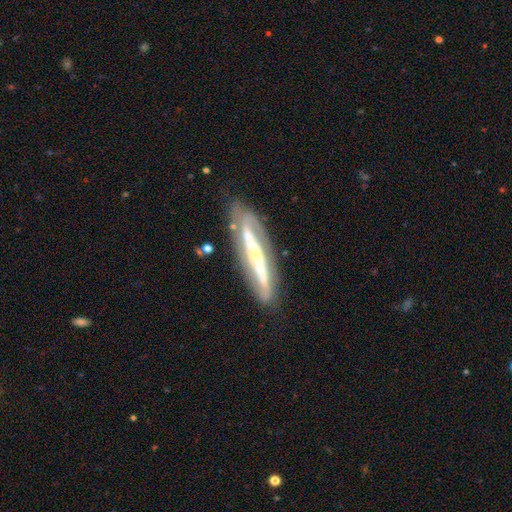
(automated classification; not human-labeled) Smooth or featured? Predicted: featured or disk (p=0.76). Edge-on disk? Predicted: no (p=0.53). Merging? Predicted: none (p=0.73).